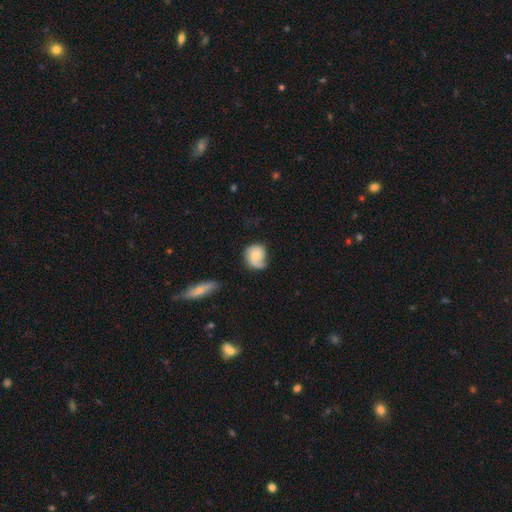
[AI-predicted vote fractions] smooth-or-featured: featured or disk: 50% | smooth: 43% | star or artifact: 7%
  disk-edge-on: no: 97% | yes: 3%
  merging: none: 49% | minor disturbance: 30% | major disturbance: 17% | merger: 3%